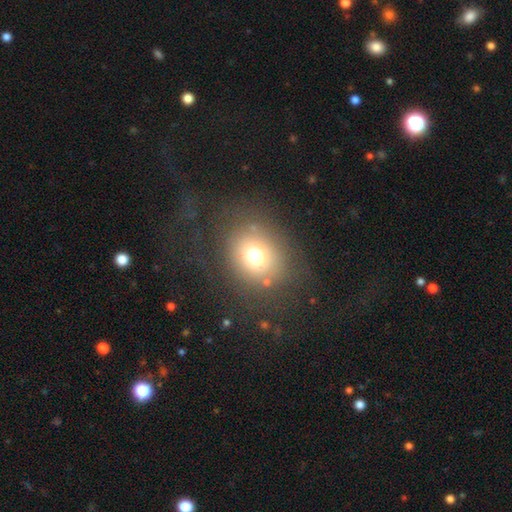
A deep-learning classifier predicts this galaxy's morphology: Overall: smooth (69%). How rounded: round (69%; in between 30%). Merging: none (71%).